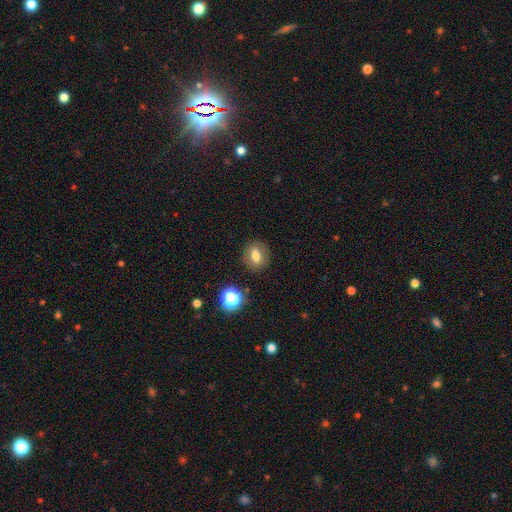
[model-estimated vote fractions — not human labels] Overall: smooth (73%). How rounded: round (54%; in between 44%). Merging: none (85%).